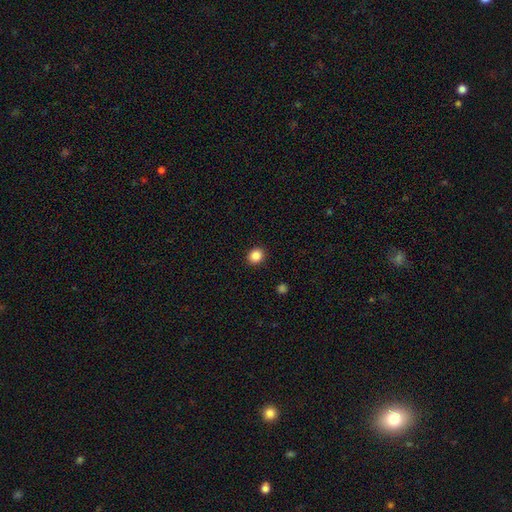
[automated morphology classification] smooth 86%, star or artifact 10%, featured or disk 3%. Down the decision tree: how rounded — round (76%); merging — none (91%).